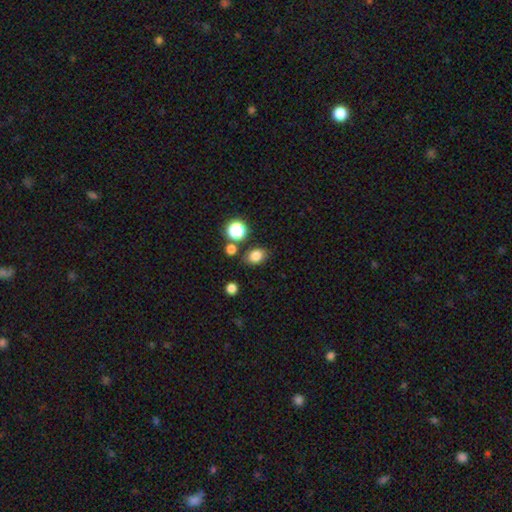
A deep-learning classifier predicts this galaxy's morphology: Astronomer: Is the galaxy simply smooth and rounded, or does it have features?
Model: smooth — 81%.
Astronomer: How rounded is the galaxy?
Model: in between — 63%.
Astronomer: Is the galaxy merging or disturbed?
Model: none — 79%.